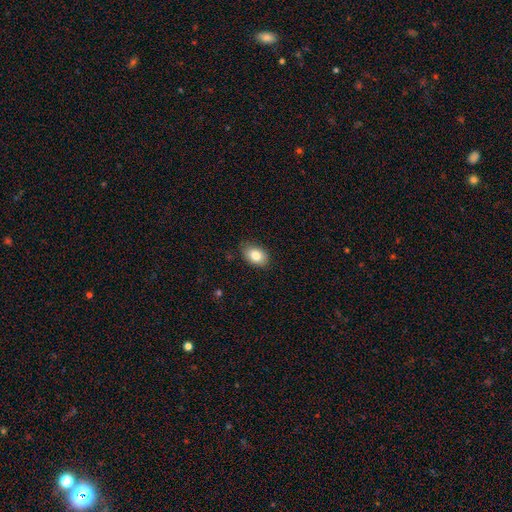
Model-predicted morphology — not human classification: smooth-or-featured: smooth: 83% | featured or disk: 9% | star or artifact: 8%
  how-rounded: in between: 84% | round: 15% | cigar-shaped: 1%
  merging: none: 81% | minor disturbance: 15% | major disturbance: 3% | merger: 1%